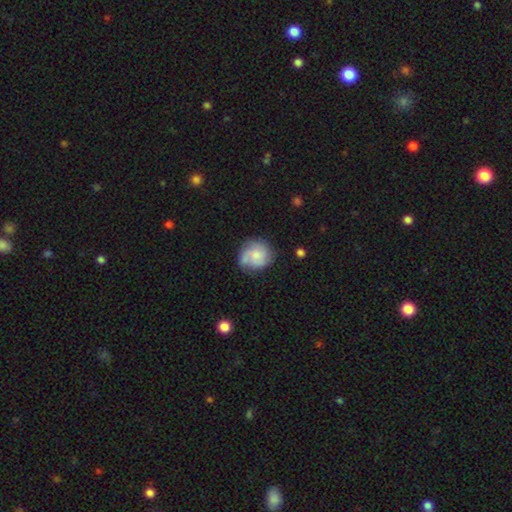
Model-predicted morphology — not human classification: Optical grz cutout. It shows a smooth galaxy with no disk features (52%) that is round (79%). Merging: none (62%).